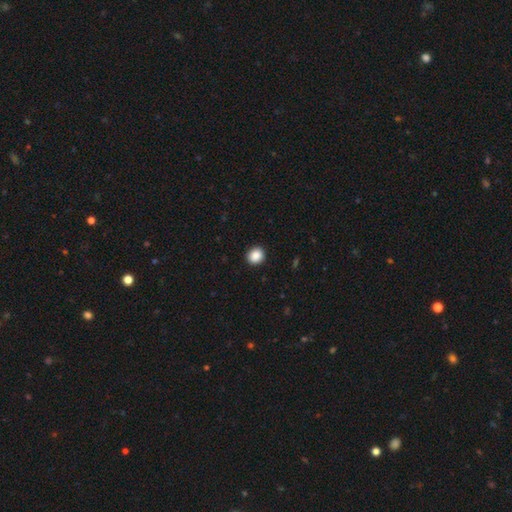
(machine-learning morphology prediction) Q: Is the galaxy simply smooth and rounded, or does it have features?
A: smooth — 89%.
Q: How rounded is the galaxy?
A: round — 78%.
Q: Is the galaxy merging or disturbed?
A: none — 92%.